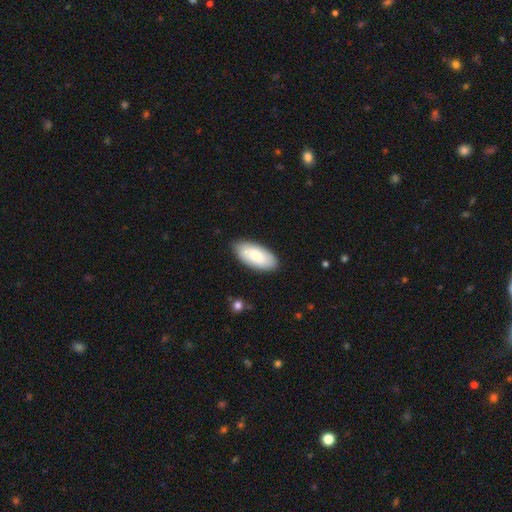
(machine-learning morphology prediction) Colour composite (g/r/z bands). It shows a smooth galaxy with no disk features (79%) that is in between round and cigar-shaped (92%). Merging: none (85%).